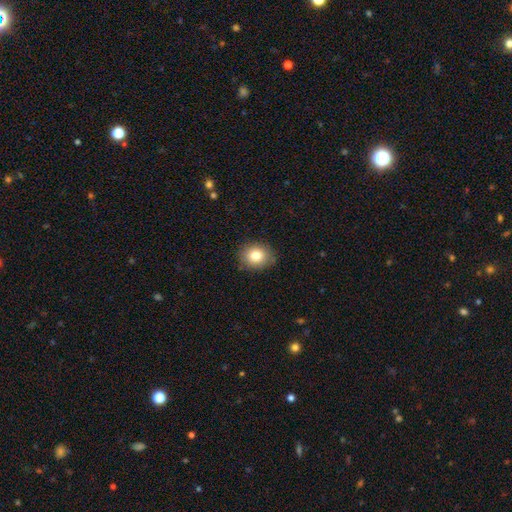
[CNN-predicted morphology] smooth-or-featured: smooth: 81% | star or artifact: 10% | featured or disk: 10%
  how-rounded: round: 63% | in between: 36% | cigar-shaped: 1%
  merging: none: 85% | minor disturbance: 11% | major disturbance: 3% | merger: 1%